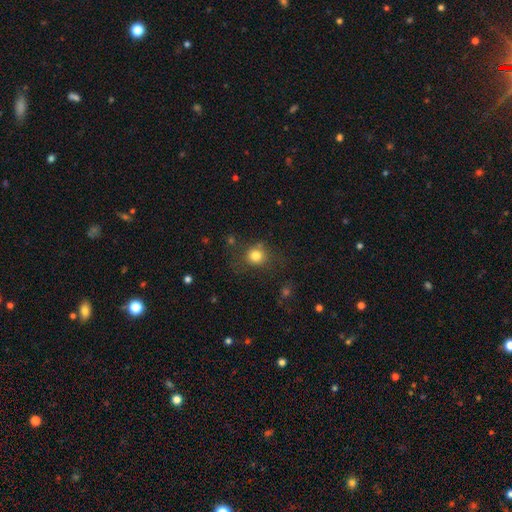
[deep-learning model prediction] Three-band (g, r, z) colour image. It shows a smooth galaxy with no disk features (80%) that is round (83%). Merging: none (73%).